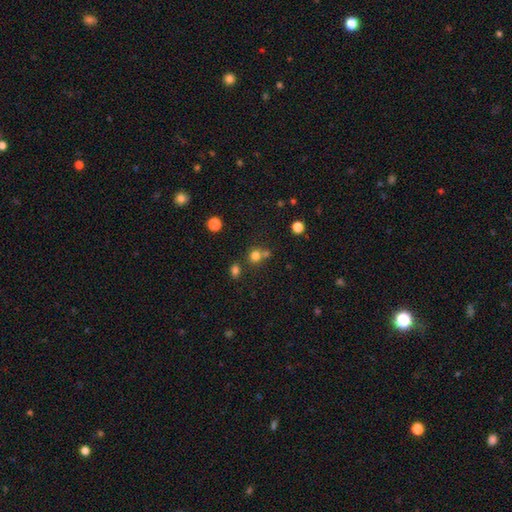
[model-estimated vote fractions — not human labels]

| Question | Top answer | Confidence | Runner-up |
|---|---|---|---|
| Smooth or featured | smooth | 75% | star or artifact (18%) |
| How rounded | round | 86% | in between (13%) |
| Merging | none | 57% | merger (32%) |